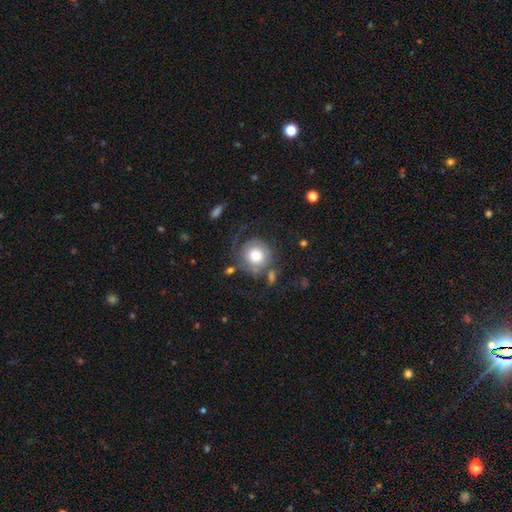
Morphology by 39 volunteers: type=featured or disk (62%); edge-on=no (100%); bar=no (79%); spiral arms=yes (83%); winding=medium (55%); arm count=1 (75%); bulge=large (67%); merging=none (50%).